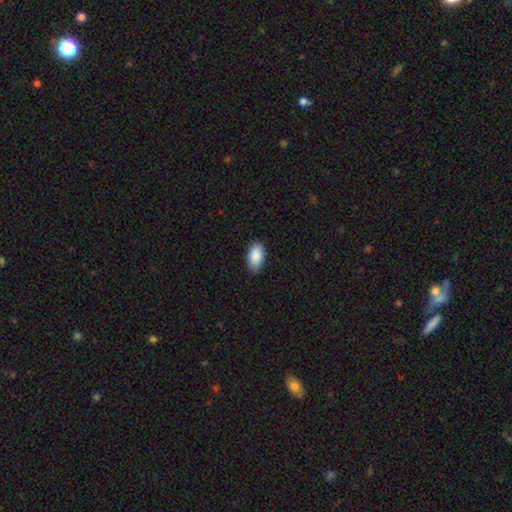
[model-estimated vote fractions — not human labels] smooth_or_featured: smooth (p=0.90) [alt: star or artifact p=0.06]
how_rounded: in between (p=0.95) [alt: round p=0.04]
merging: none (p=0.84) [alt: minor disturbance p=0.13]